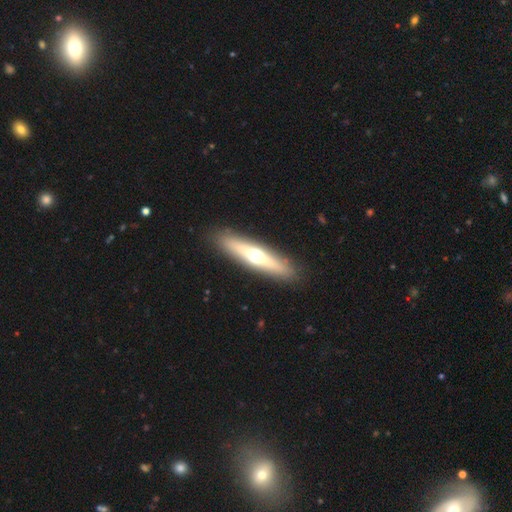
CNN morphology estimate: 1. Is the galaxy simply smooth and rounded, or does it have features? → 50% featured or disk, 44% smooth, 6% star or artifact.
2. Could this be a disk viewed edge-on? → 87% yes, 13% no.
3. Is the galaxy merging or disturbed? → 90% none, 7% minor disturbance, 2% major disturbance, 1% merger.